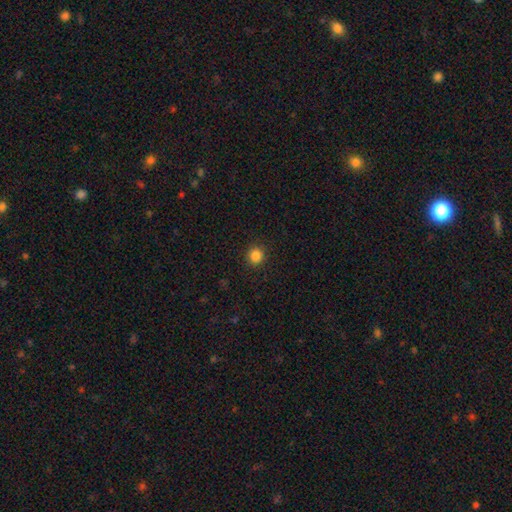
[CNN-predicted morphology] Smooth or featured?
  - smooth: 85% *
  - star or artifact: 11%
  - featured or disk: 4%
How rounded?
  - round: 91% *
  - in between: 8%
  - cigar-shaped: 1%
Merging?
  - none: 91% *
  - minor disturbance: 6%
  - major disturbance: 2%
  - merger: 1%